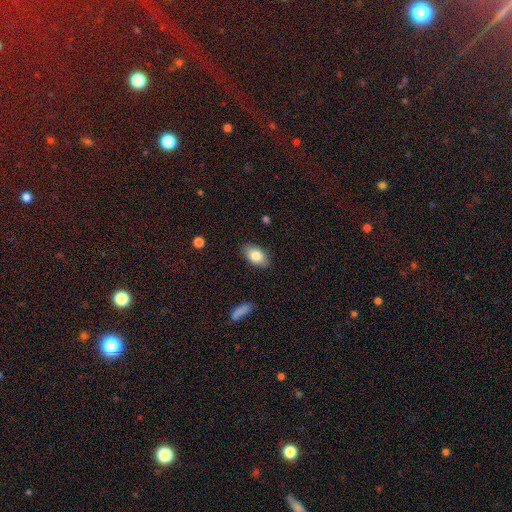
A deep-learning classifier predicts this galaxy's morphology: Smooth or featured?
  - smooth: 81% *
  - featured or disk: 12%
  - star or artifact: 7%
How rounded?
  - in between: 92% *
  - round: 6%
  - cigar-shaped: 2%
Merging?
  - none: 87% *
  - minor disturbance: 10%
  - major disturbance: 2%
  - merger: 1%